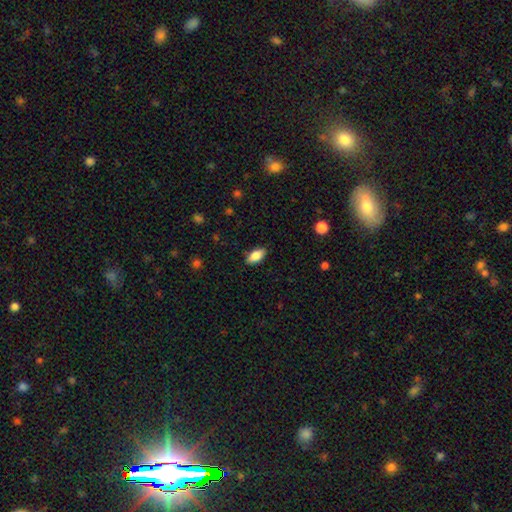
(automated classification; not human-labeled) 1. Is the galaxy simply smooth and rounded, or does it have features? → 84% smooth, 9% featured or disk, 7% star or artifact.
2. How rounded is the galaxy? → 89% in between, 8% cigar-shaped, 3% round.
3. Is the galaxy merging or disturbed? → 86% none, 11% minor disturbance, 2% major disturbance, 1% merger.